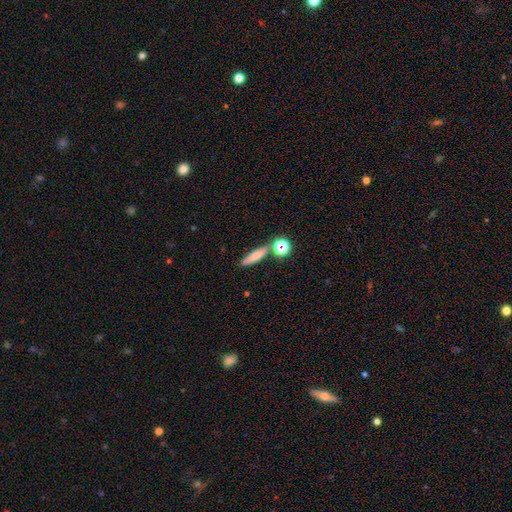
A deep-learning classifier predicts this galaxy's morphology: The model was most divided on "how rounded": cigar-shaped: 68%, in between: 22%, round: 10%. More confident: smooth or featured — smooth (72%); merging — none (72%).